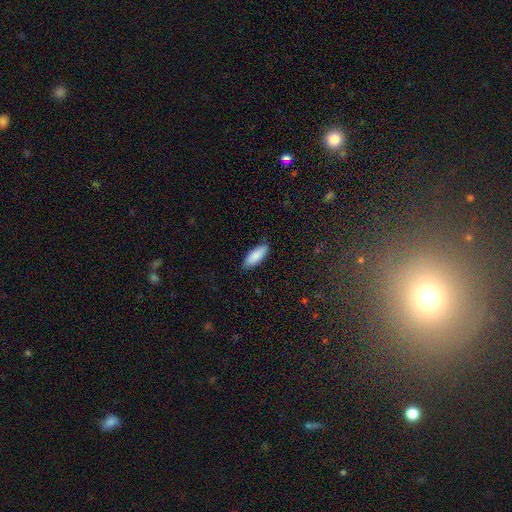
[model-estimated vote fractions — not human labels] This appears to be a smooth galaxy with no disk features (88%) that is in between round and cigar-shaped (71%). Merging: none (84%).